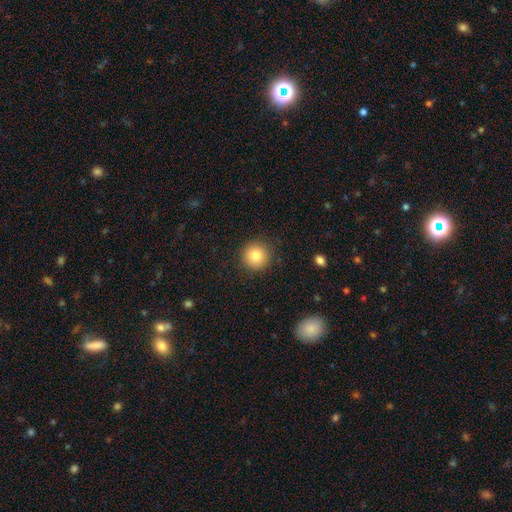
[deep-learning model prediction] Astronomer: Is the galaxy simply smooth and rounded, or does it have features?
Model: smooth — 82%.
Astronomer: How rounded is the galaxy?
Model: round — 95%.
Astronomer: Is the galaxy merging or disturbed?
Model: none — 90%.